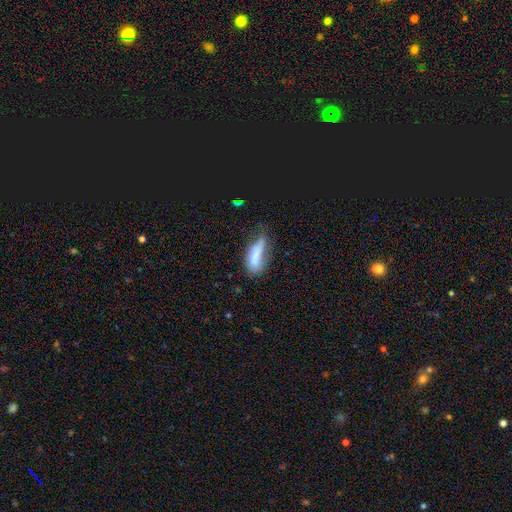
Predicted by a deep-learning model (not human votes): This appears to be a smooth galaxy with no disk features (72%) that is in between round and cigar-shaped (69%). Merging: minor disturbance (38%).